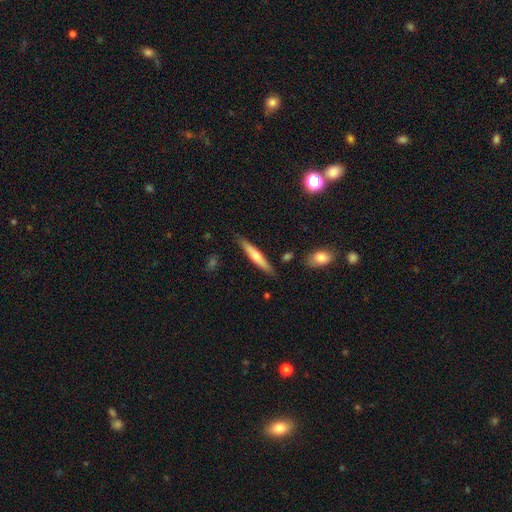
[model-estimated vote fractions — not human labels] A smooth galaxy with no disk features (48%).

Vote fractions:
- Smooth or featured? smooth: 48% / featured or disk: 46% / star or artifact: 6%
- Merging? none: 86% / minor disturbance: 10% / merger: 3% / major disturbance: 2%